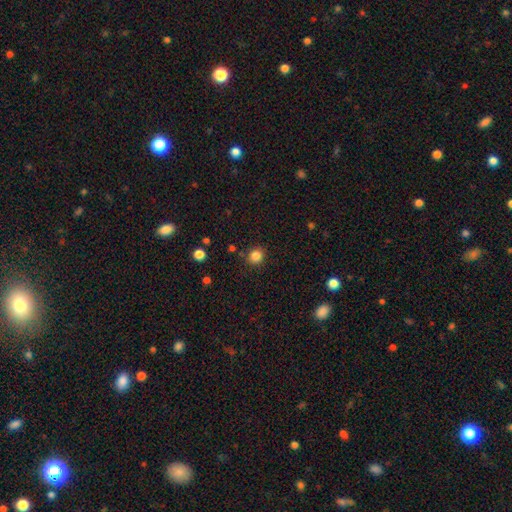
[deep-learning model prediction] smooth-or-featured: smooth: 83% | star or artifact: 12% | featured or disk: 4%
  how-rounded: round: 87% | in between: 12% | cigar-shaped: 1%
  merging: none: 87% | minor disturbance: 8% | merger: 3% | major disturbance: 2%